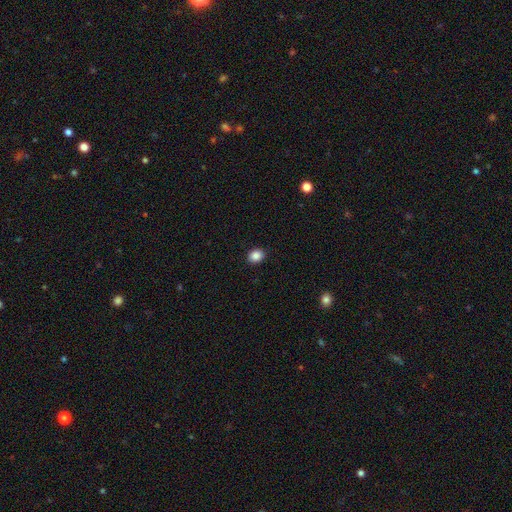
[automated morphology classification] Smooth or featured? smooth (87%)
How rounded? round (62%)
Merging? none (92%)